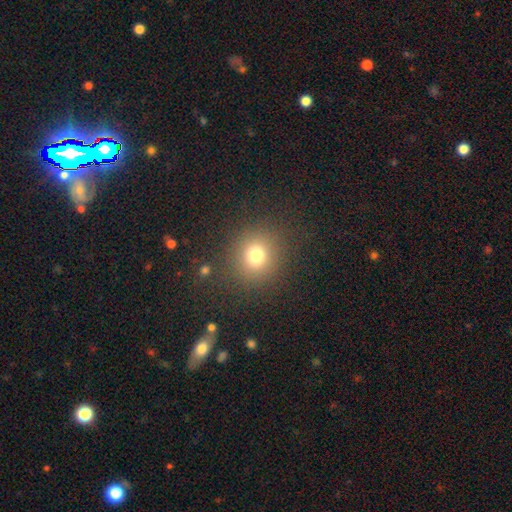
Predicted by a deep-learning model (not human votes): Q: Smooth or featured?
A: smooth (75%); runner-up: star or artifact (17%)
Q: How rounded?
A: round (86%); runner-up: in between (13%)
Q: Merging?
A: none (86%); runner-up: minor disturbance (8%)